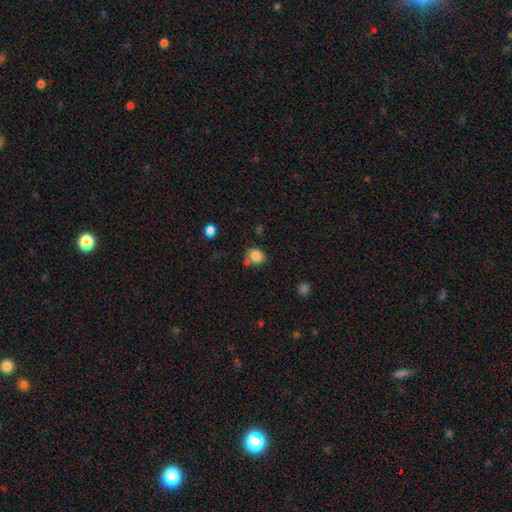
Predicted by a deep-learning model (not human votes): Morphology: type=smooth (84%); roundness=round (64%); merging=none (69%).